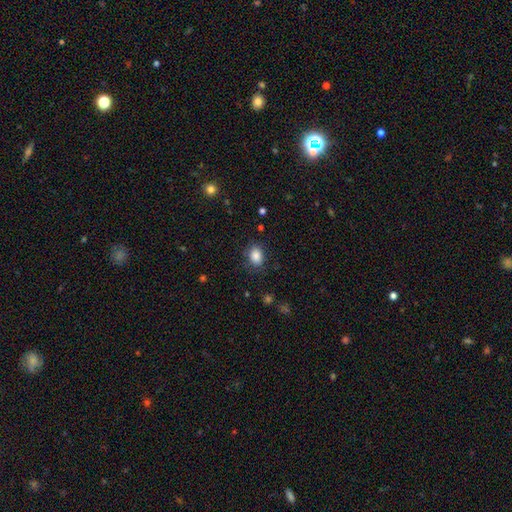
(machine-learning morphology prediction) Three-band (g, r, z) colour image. It shows a smooth galaxy with no disk features (86%) that is in between round and cigar-shaped (76%). Merging: none (80%).